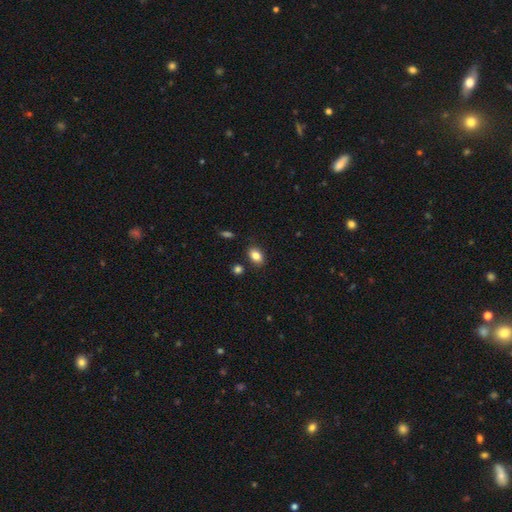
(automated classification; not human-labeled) Smooth or featured? Predicted: smooth (p=0.84). How rounded? Predicted: in between (p=0.82). Merging? Predicted: none (p=0.84).